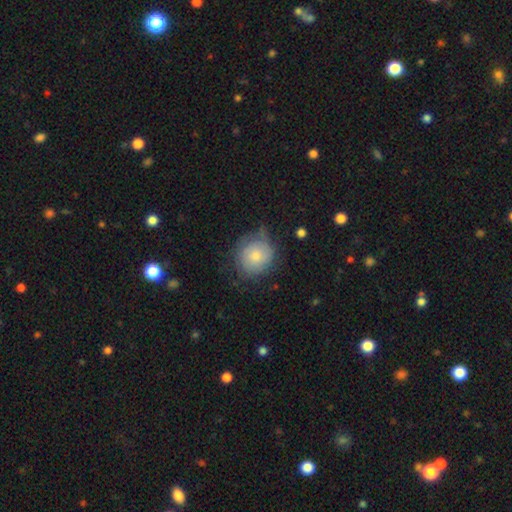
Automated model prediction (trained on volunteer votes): This appears to be a smooth galaxy with no disk features (61%) that is round (84%). Merging: none (54%).